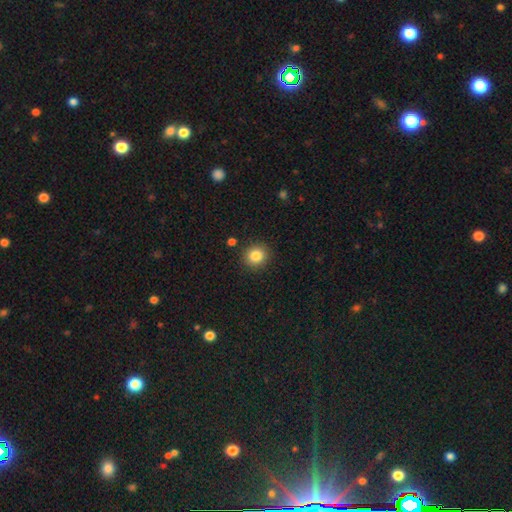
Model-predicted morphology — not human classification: This appears to be a smooth galaxy with no disk features (84%) that is round (87%). Merging: none (90%).